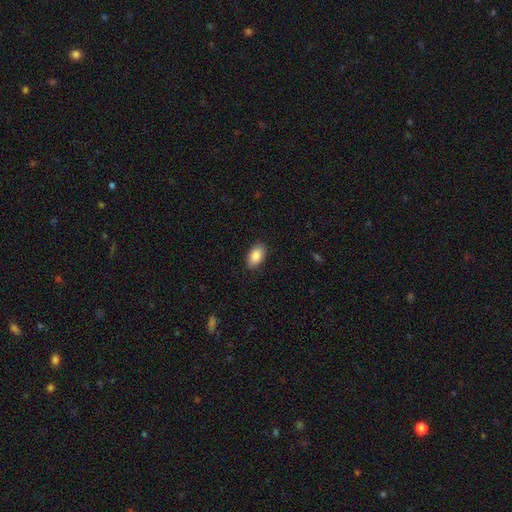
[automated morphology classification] This is clearly a smooth galaxy (88%). How rounded: clearly in between (93%). Merging: clearly none (88%).